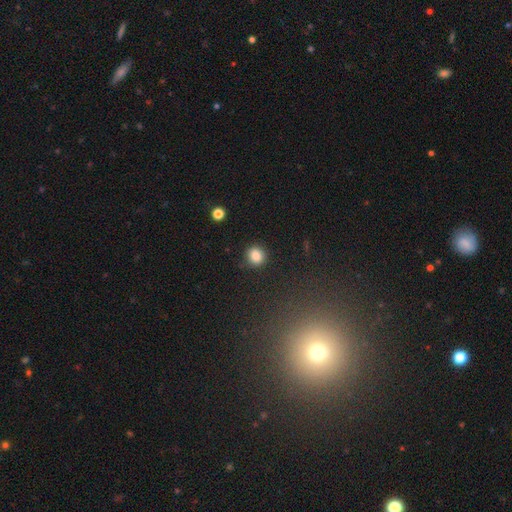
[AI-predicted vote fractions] A smooth galaxy with no disk features (85%) that is round (85%).

Vote fractions:
- Smooth or featured? smooth: 85% / star or artifact: 10% / featured or disk: 5%
- How rounded? round: 85% / in between: 14% / cigar-shaped: 1%
- Merging? none: 86% / minor disturbance: 9% / major disturbance: 3% / merger: 2%